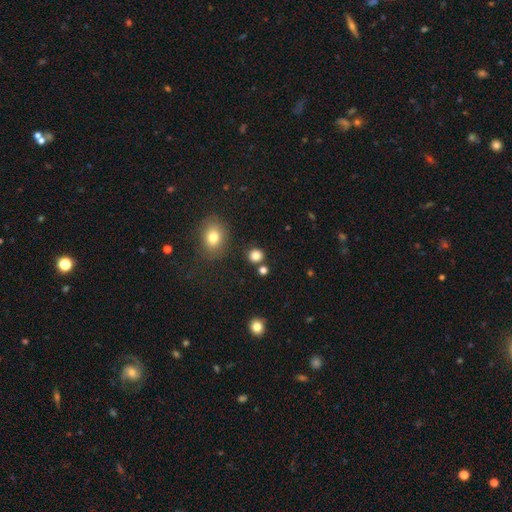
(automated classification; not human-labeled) This is clearly a smooth galaxy (83%). How rounded: clearly round (86%). Merging: clearly none (83%).